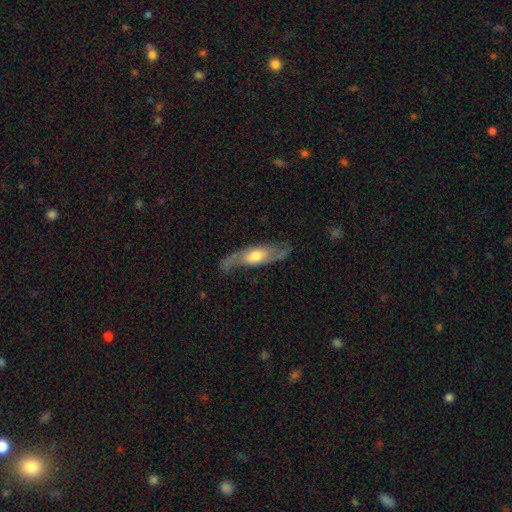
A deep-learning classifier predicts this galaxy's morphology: Overall: featured or disk (73%). Edge-on disk: no (75%). Bar: no (66%; weak 27%). Spiral arms: yes (88%). Bulge size: moderate (66%). Merging: none (72%).